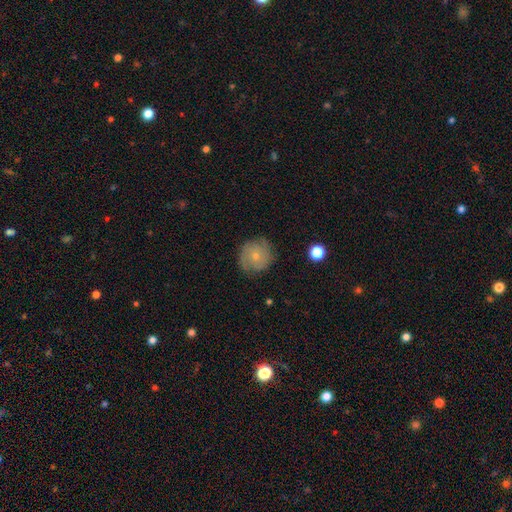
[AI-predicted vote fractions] Smooth or featured? Predicted: smooth (p=0.48). Merging? Predicted: none (p=0.76).